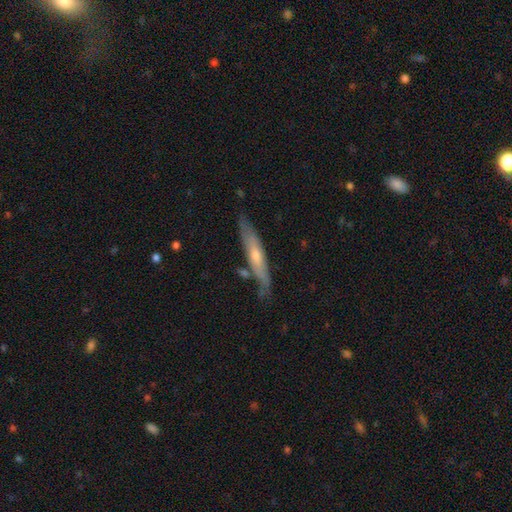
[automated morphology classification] This appears to be a featured or disk galaxy (55%) viewed edge-on (77%). Merging: none (73%).